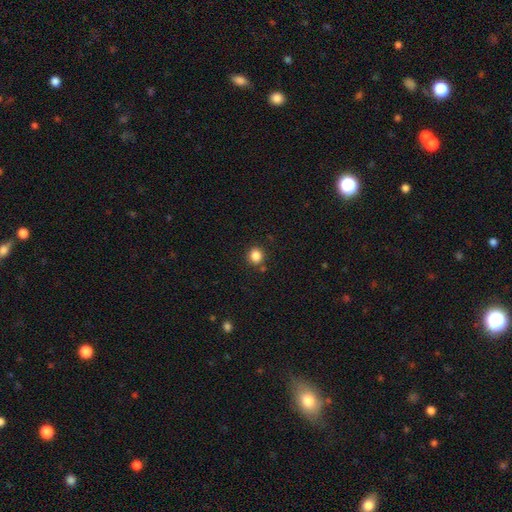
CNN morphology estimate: A smooth galaxy with no disk features (84%) that is round (89%).

Vote fractions:
- Smooth or featured? smooth: 84% / star or artifact: 12% / featured or disk: 4%
- How rounded? round: 89% / in between: 10% / cigar-shaped: 1%
- Merging? none: 86% / minor disturbance: 7% / merger: 5% / major disturbance: 2%